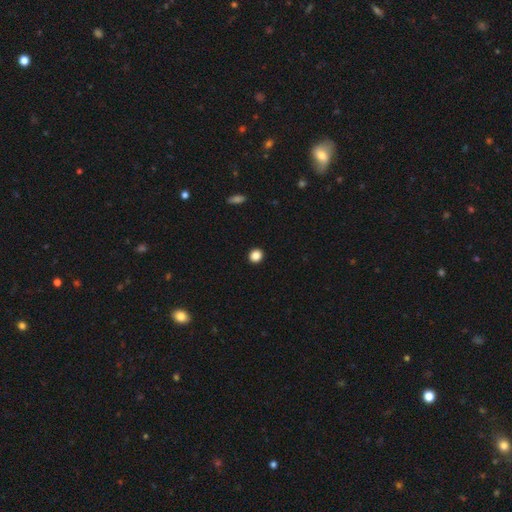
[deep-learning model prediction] This appears to be a smooth galaxy with no disk features (87%) that is round (84%). Merging: none (93%).